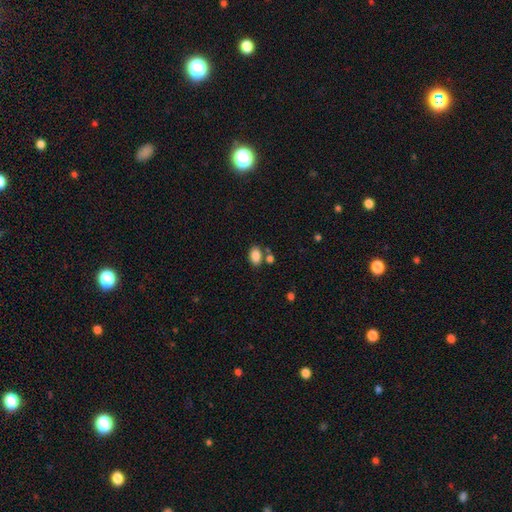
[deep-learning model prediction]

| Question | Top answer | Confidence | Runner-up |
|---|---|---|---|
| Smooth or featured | smooth | 86% | star or artifact (9%) |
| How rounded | in between | 86% | round (13%) |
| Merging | none | 69% | merger (16%) |